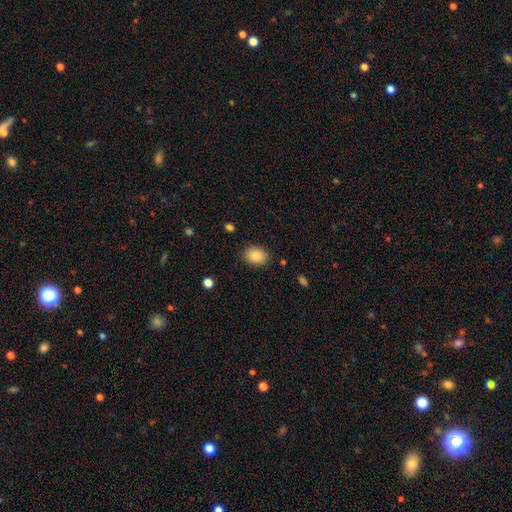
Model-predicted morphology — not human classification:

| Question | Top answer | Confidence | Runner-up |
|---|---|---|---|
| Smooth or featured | smooth | 87% | star or artifact (8%) |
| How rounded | in between | 64% | round (35%) |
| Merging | none | 87% | minor disturbance (9%) |